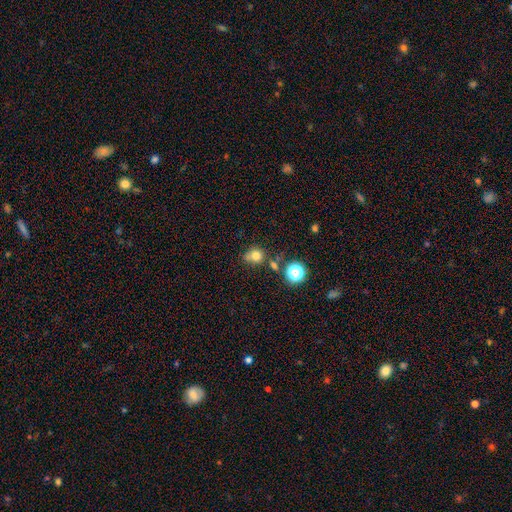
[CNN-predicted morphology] Smooth or featured?
  - smooth: 75% *
  - star or artifact: 16%
  - featured or disk: 9%
How rounded?
  - round: 79% *
  - in between: 20%
  - cigar-shaped: 1%
Merging?
  - none: 56% *
  - merger: 19%
  - minor disturbance: 18%
  - major disturbance: 7%